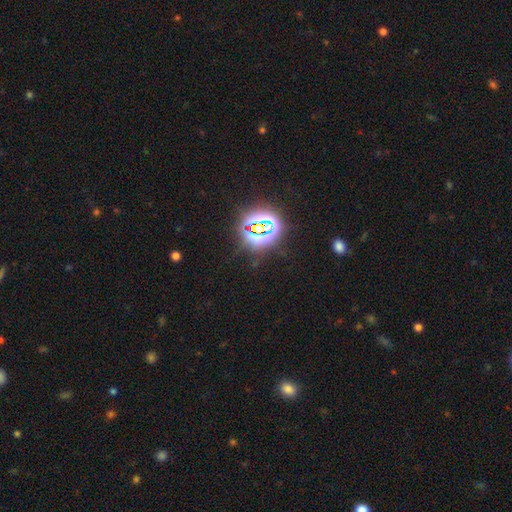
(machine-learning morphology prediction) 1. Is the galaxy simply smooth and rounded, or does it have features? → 83% star or artifact, 11% smooth, 6% featured or disk.